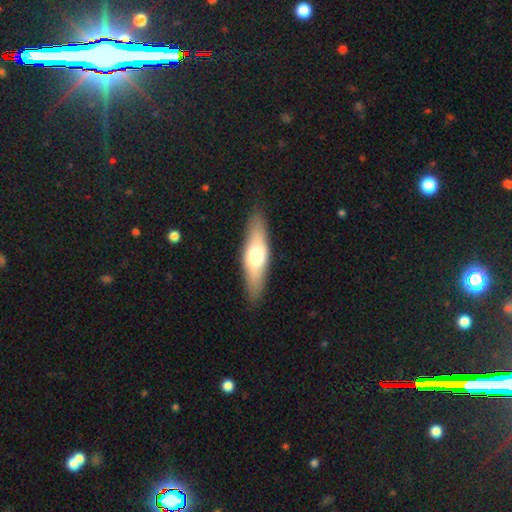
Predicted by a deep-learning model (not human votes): The model was most divided on "how rounded": cigar-shaped: 52%, in between: 45%, round: 3%. More confident: merging — none (87%); smooth or featured — smooth (55%).